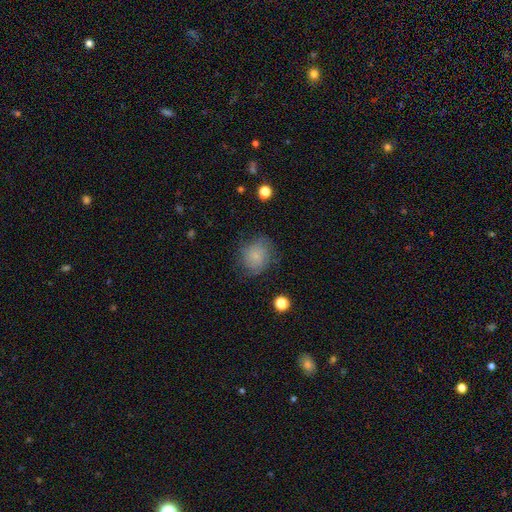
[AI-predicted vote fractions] smooth-or-featured: smooth: 69% | featured or disk: 21% | star or artifact: 10%
  how-rounded: round: 76% | in between: 23% | cigar-shaped: 1%
  merging: none: 68% | minor disturbance: 21% | major disturbance: 9% | merger: 1%